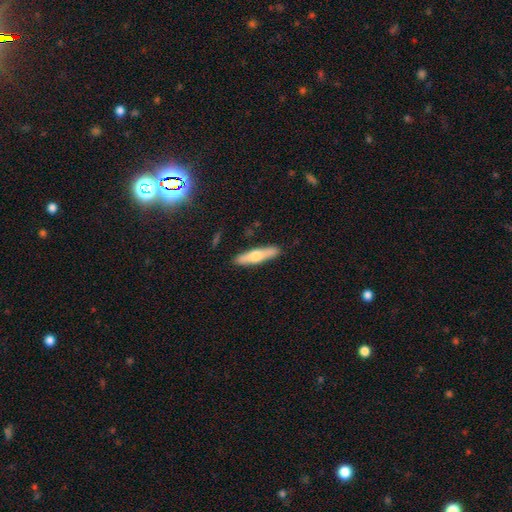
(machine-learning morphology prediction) Smooth or featured? smooth (51%)
How rounded? cigar-shaped (84%)
Merging? none (89%)